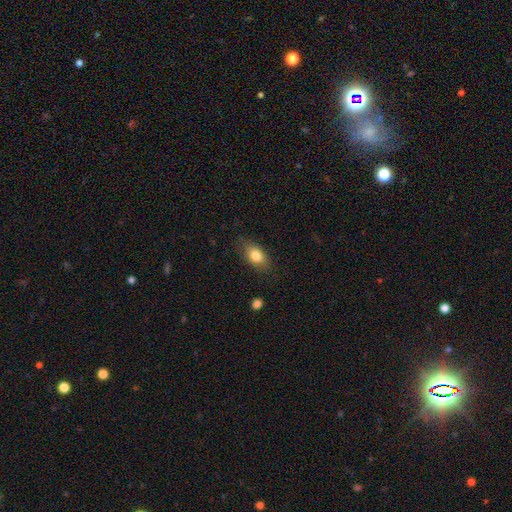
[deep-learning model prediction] Smooth or featured? Predicted: smooth (p=0.79). How rounded? Predicted: in between (p=0.84). Merging? Predicted: none (p=0.78).